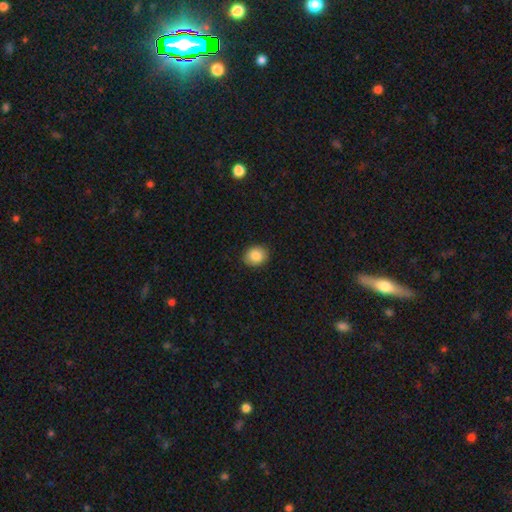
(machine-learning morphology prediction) Smooth or featured? smooth (87%)
How rounded? round (59%)
Merging? none (89%)